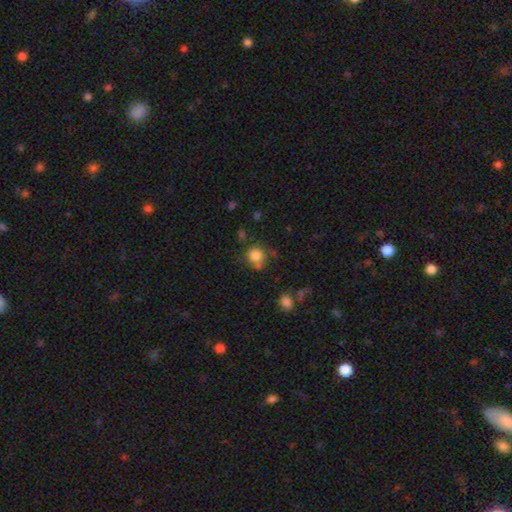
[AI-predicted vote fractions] This appears to be a smooth galaxy with no disk features (82%) that is round (88%). Merging: none (67%).